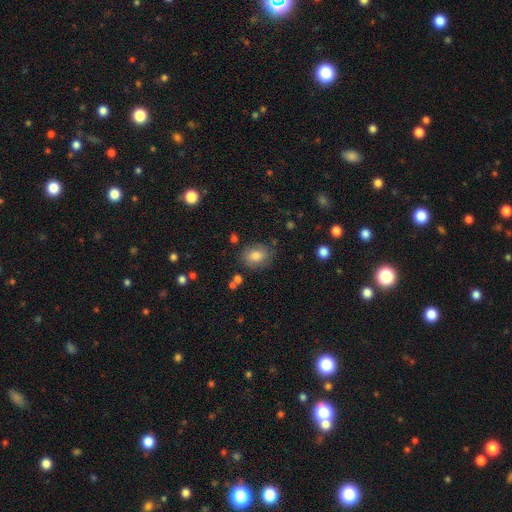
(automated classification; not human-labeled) smooth_or_featured: smooth (p=0.81) [alt: star or artifact p=0.10]
how_rounded: in between (p=0.58) [alt: round p=0.41]
merging: none (p=0.79) [alt: minor disturbance p=0.14]